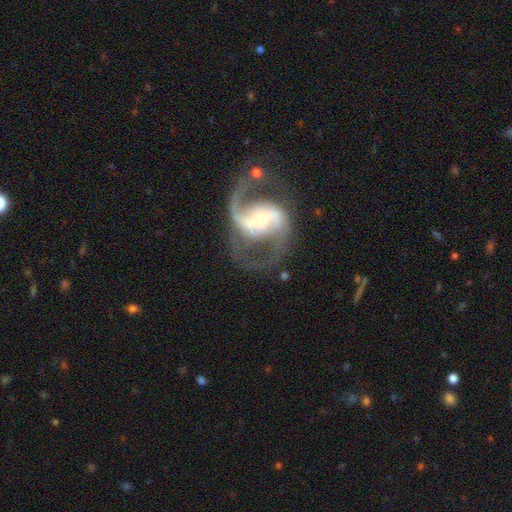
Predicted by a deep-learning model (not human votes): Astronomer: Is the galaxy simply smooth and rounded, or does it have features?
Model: featured or disk — 91%.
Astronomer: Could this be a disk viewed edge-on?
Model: no — 98%.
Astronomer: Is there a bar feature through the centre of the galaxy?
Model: weak — 41% (runner-up: strong, 38%).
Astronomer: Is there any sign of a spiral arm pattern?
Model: yes — 97%.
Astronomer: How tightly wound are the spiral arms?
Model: medium — 57%.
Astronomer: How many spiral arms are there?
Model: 2 — 91%.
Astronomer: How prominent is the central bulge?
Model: moderate — 46% (runner-up: small, 40%).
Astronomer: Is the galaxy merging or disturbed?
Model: none — 70%.